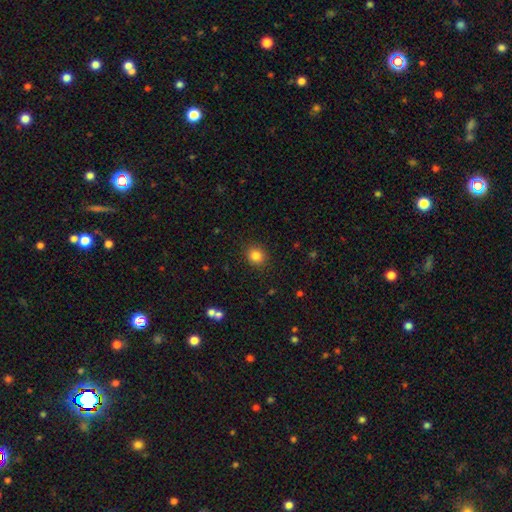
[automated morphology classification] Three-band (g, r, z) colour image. It shows a smooth galaxy with no disk features (83%) that is round (81%). Merging: none (90%).